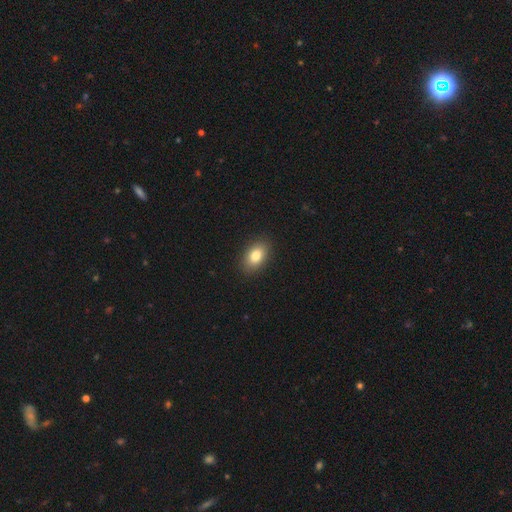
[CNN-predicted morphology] The model was most divided on "smooth or featured": smooth: 82%, featured or disk: 10%, star or artifact: 8%. More confident: merging — none (89%); how rounded — in between (87%).